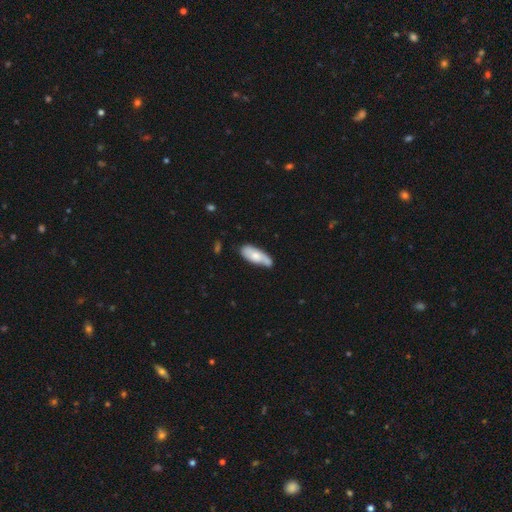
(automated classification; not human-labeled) This appears to be a smooth galaxy with no disk features (63%) that is in between round and cigar-shaped (73%). Merging: none (54%).